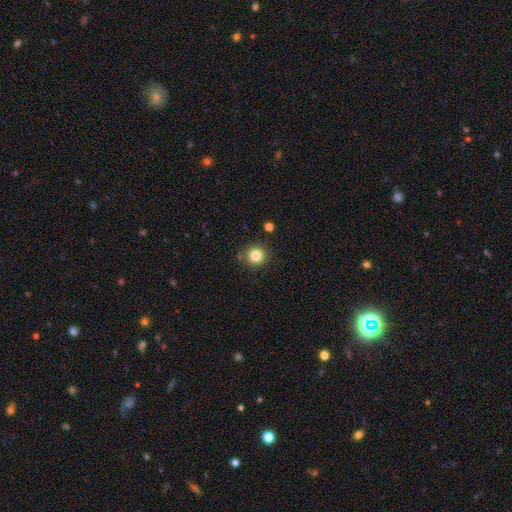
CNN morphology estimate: type=smooth (83%); roundness=round (93%); merging=none (84%).